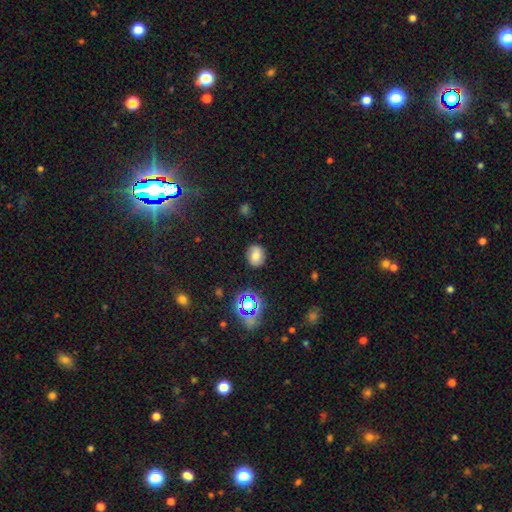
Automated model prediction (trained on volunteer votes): Morphology: type=smooth (73%); roundness=round (58%); merging=none (85%).